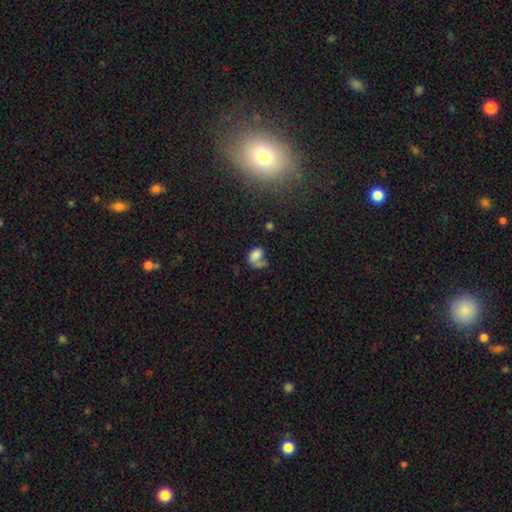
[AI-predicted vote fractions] This is likely a smooth galaxy (66%). How rounded: likely in between (76%). Merging: marginally major disturbance (31%).